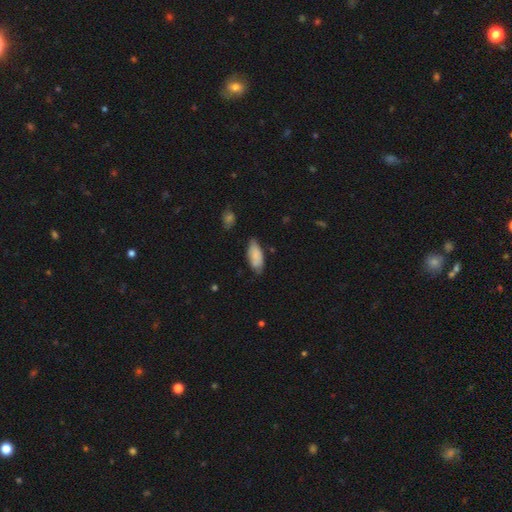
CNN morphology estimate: Smooth or featured: smooth — 81% (featured or disk — 12%)
How rounded: in between — 85% (cigar-shaped — 13%)
Merging: none — 71% (minor disturbance — 24%)